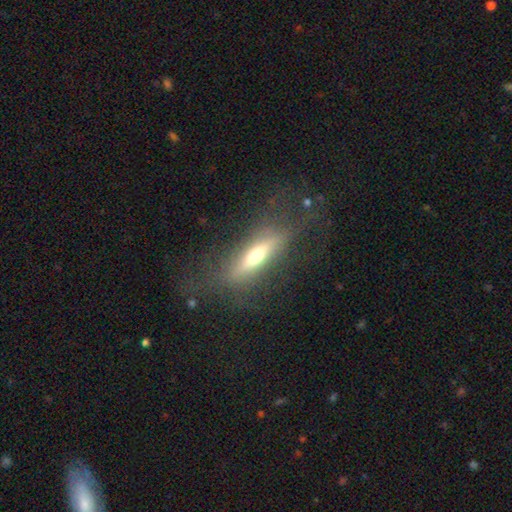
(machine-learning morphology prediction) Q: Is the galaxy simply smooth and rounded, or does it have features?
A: featured or disk — 50%.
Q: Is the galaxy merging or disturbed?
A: none — 71%.